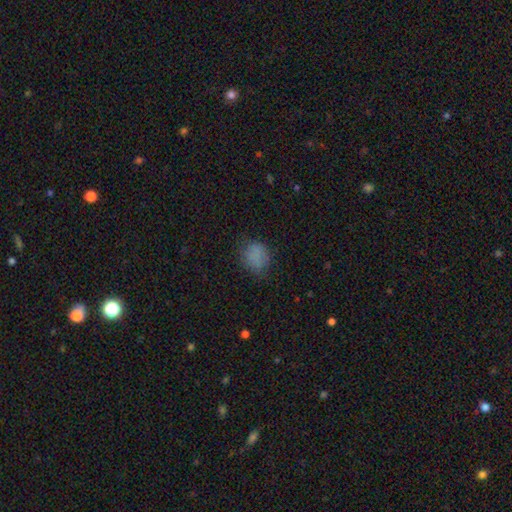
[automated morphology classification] A smooth galaxy with no disk features (81%) that is round (68%).

Vote fractions:
- Smooth or featured? smooth: 81% / star or artifact: 13% / featured or disk: 6%
- How rounded? round: 68% / in between: 31% / cigar-shaped: 1%
- Merging? none: 73% / minor disturbance: 19% / major disturbance: 6% / merger: 1%